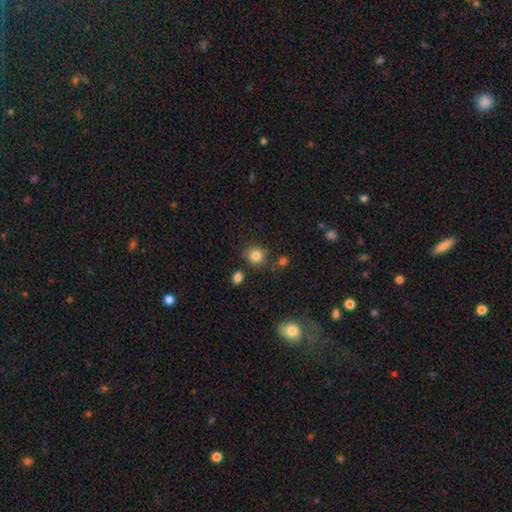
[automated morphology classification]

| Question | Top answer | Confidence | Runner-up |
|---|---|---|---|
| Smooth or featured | smooth | 83% | star or artifact (11%) |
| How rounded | round | 85% | in between (14%) |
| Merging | none | 76% | minor disturbance (13%) |